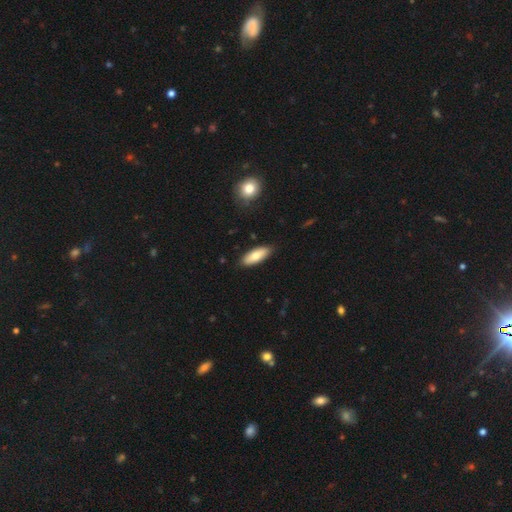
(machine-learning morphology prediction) smooth_or_featured: smooth (p=0.78) [alt: featured or disk p=0.16]
how_rounded: in between (p=0.75) [alt: cigar-shaped p=0.23]
merging: none (p=0.86) [alt: minor disturbance p=0.11]